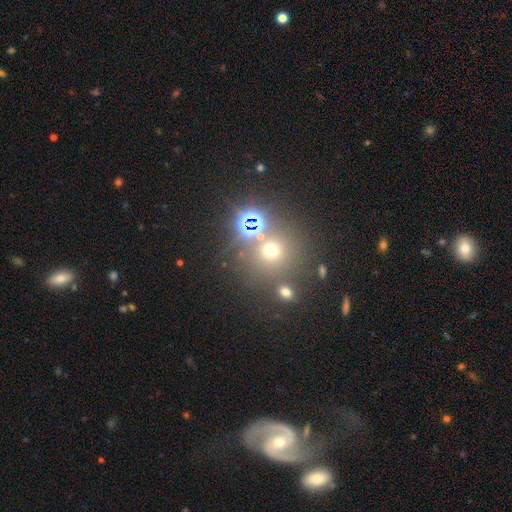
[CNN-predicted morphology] Q: Smooth or featured?
A: smooth (42%); runner-up: star or artifact (32%)
Q: Merging?
A: none (52%); runner-up: merger (32%)